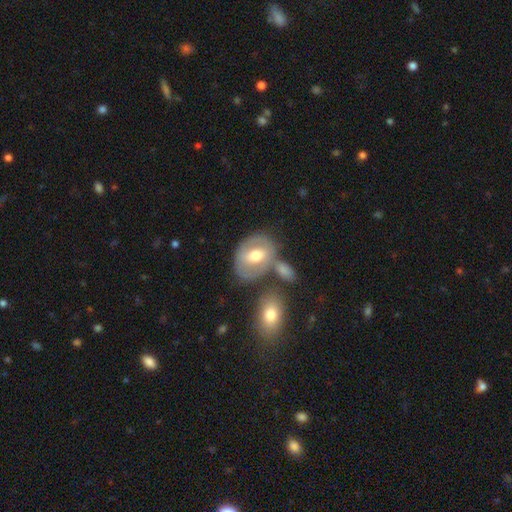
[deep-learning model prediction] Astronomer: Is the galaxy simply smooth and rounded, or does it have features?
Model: featured or disk — 49% (runner-up: smooth, 45%).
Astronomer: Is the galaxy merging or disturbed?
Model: none — 51%.